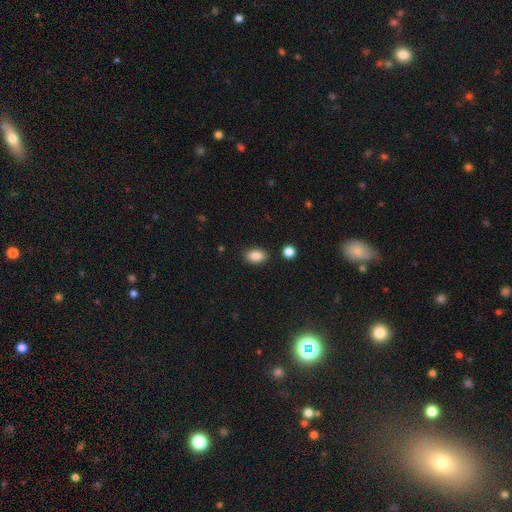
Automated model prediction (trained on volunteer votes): The model was most divided on "merging": none: 86%, minor disturbance: 9%, merger: 3%, major disturbance: 2%. More confident: how rounded — in between (88%); smooth or featured — smooth (87%).